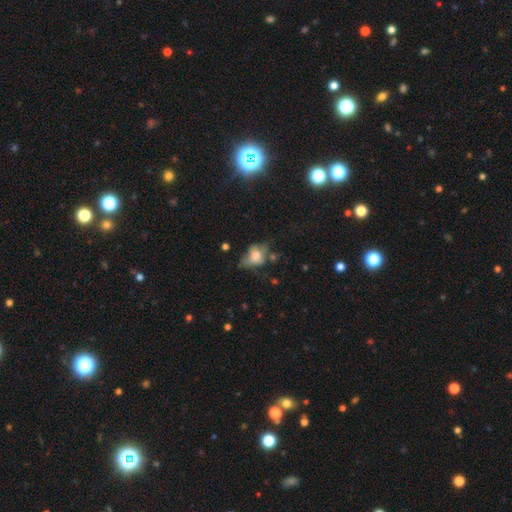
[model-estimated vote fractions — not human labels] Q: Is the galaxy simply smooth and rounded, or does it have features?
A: smooth — 57%.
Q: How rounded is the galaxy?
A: in between — 67%.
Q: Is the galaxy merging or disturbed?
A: none — 34%.